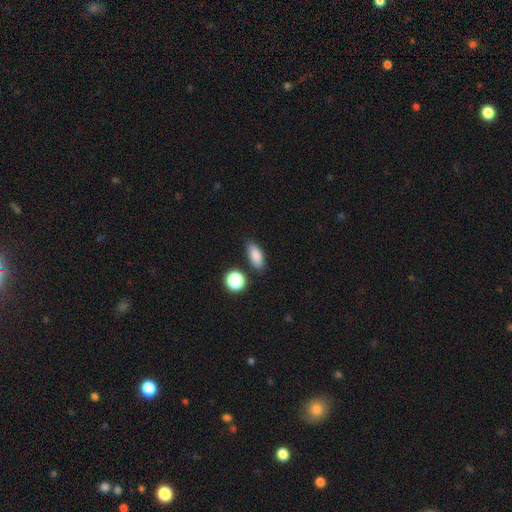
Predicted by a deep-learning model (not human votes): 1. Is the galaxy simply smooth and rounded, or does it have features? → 85% smooth, 9% star or artifact, 6% featured or disk.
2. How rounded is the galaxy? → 81% in between, 13% cigar-shaped, 6% round.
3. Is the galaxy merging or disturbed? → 83% none, 11% minor disturbance, 4% merger, 3% major disturbance.